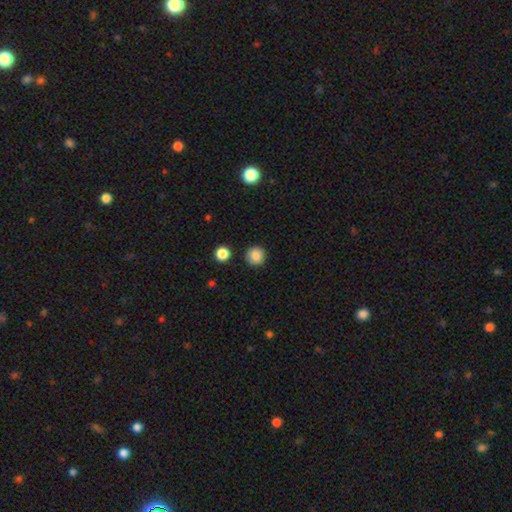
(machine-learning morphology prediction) A smooth galaxy with no disk features (86%) that is round (93%). Merging: none (89%).